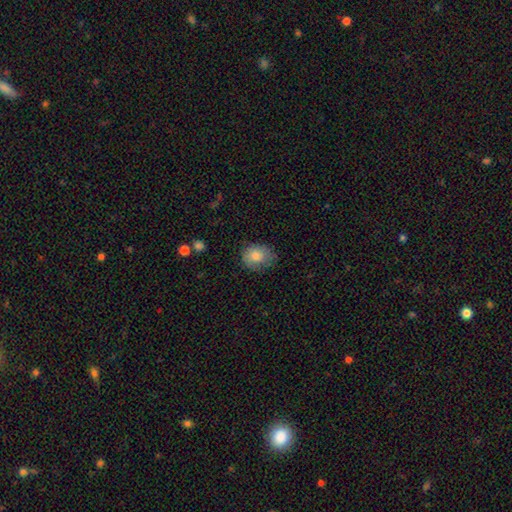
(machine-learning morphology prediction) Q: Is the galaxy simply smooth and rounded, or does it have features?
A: smooth — 81%.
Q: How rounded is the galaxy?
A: in between — 55%.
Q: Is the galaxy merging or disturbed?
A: none — 67%.